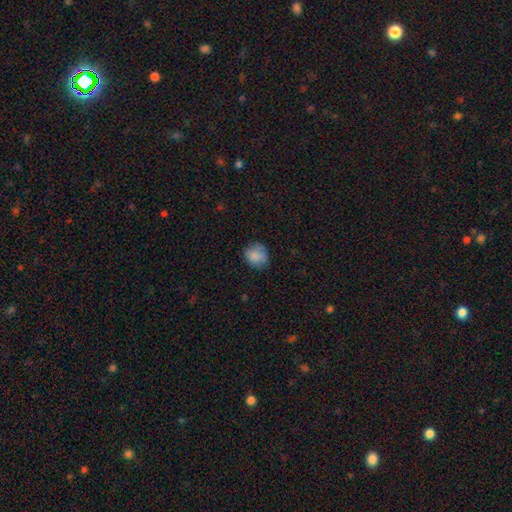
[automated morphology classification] The model was most divided on "how rounded": round: 69%, in between: 30%, cigar-shaped: 1%. More confident: smooth or featured — smooth (84%); merging — none (73%).